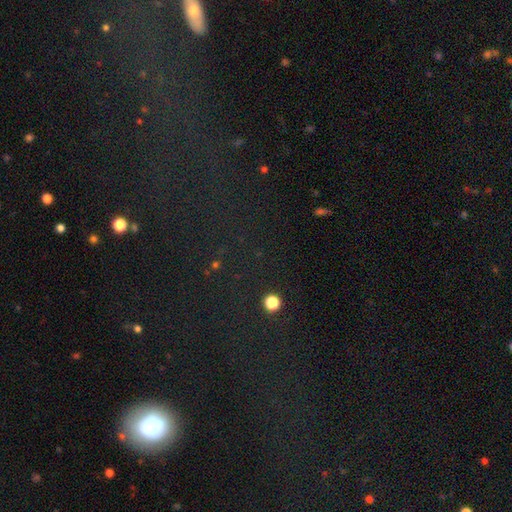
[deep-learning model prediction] This appears to be a star or artifact, not a galaxy (60%).